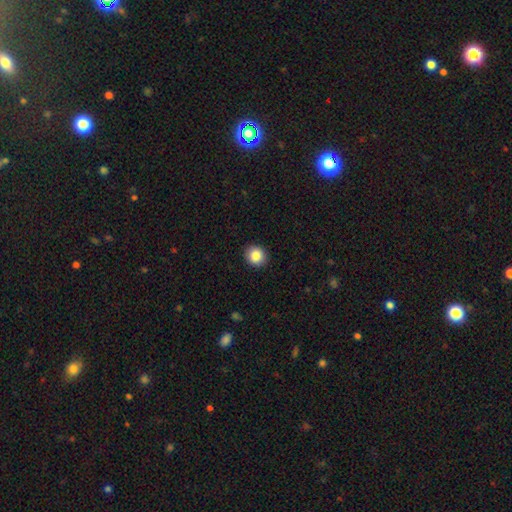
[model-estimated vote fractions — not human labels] smooth_or_featured: smooth (p=0.86) [alt: star or artifact p=0.09]
how_rounded: round (p=0.82) [alt: in between p=0.17]
merging: none (p=0.92) [alt: minor disturbance p=0.05]